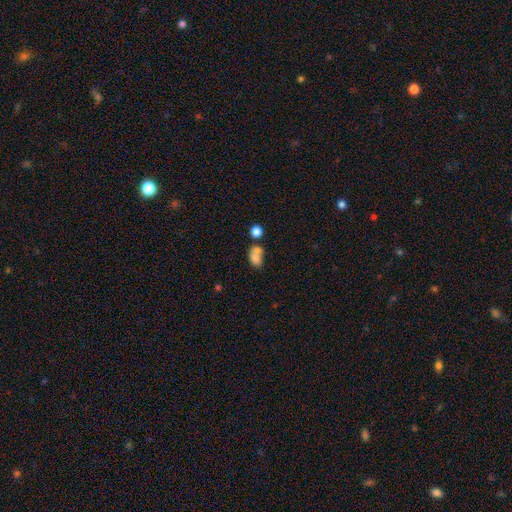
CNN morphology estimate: Smooth or featured? smooth (74%)
How rounded? in between (67%)
Merging? merger (57%)